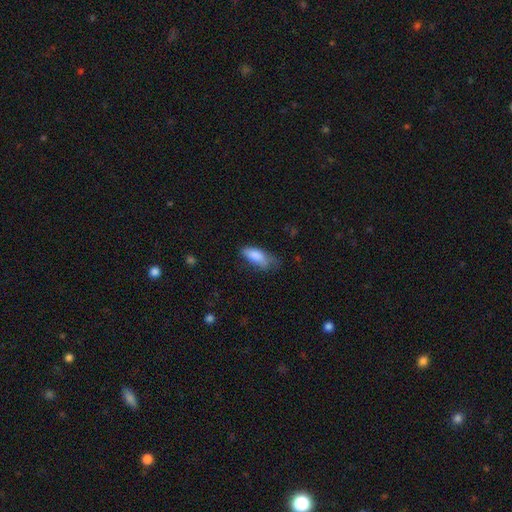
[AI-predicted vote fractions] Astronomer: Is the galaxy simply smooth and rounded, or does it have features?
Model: smooth — 83%.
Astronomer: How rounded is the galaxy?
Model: in between — 78%.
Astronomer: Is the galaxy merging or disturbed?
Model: none — 40% (runner-up: minor disturbance, 39%).